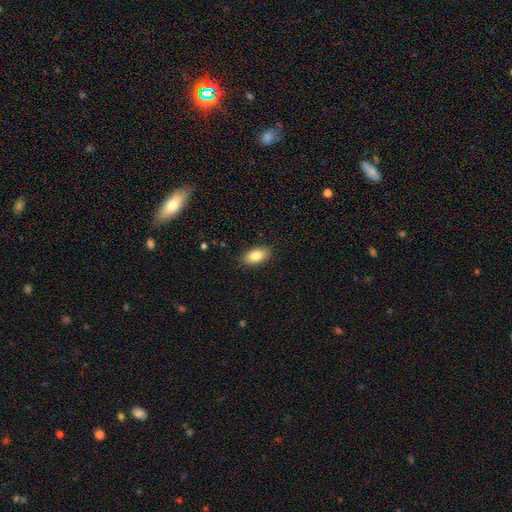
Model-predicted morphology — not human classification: Smooth or featured? smooth (85%)
How rounded? in between (92%)
Merging? none (88%)